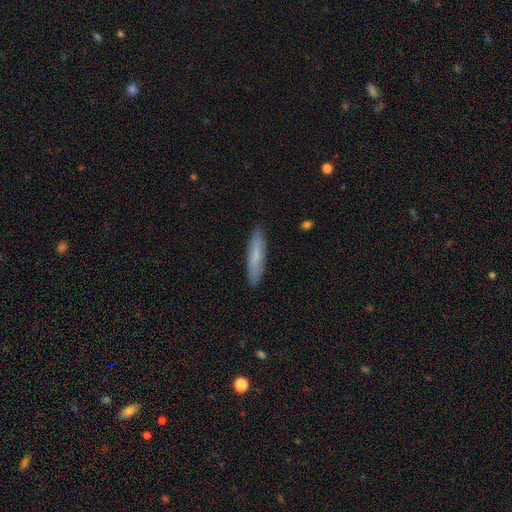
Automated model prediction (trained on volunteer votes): smooth-or-featured: smooth: 70% | featured or disk: 23% | star or artifact: 6%
  how-rounded: cigar-shaped: 78% | in between: 20% | round: 1%
  merging: none: 88% | minor disturbance: 9% | major disturbance: 2% | merger: 1%